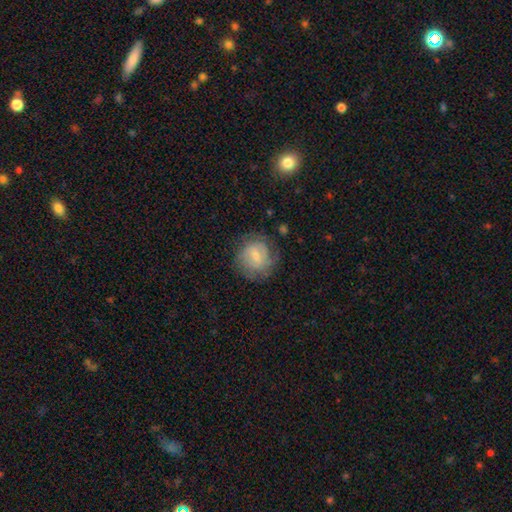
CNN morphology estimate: A smooth galaxy with no disk features (49%).

Vote fractions:
- Smooth or featured? smooth: 49% / featured or disk: 43% / star or artifact: 8%
- Merging? none: 67% / minor disturbance: 20% / major disturbance: 11% / merger: 1%